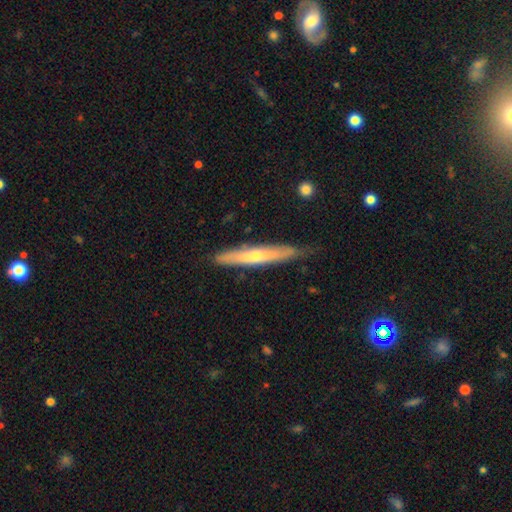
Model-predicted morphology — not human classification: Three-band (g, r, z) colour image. It shows a featured or disk galaxy (58%) viewed edge-on (91%) with a rounded central bulge (69%). Merging: none (83%).